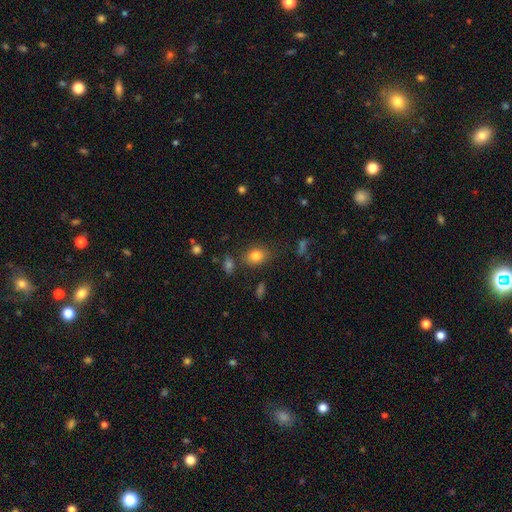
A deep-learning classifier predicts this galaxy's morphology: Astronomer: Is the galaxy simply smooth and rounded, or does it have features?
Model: smooth — 81%.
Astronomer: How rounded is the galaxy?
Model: in between — 64%.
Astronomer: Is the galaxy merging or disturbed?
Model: none — 79%.